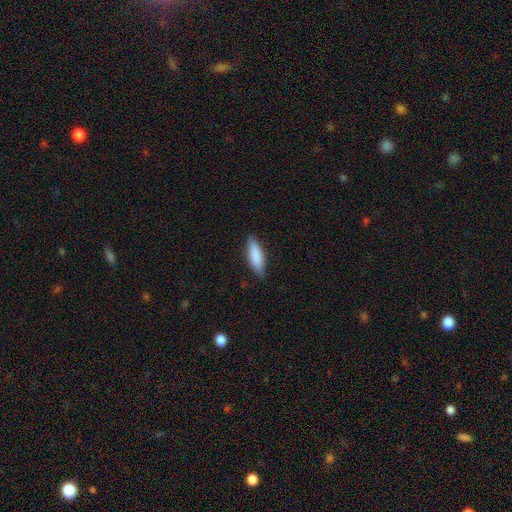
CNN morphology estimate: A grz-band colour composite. It shows a smooth galaxy with no disk features (85%) that is cigar-shaped (50%). Merging: none (84%).